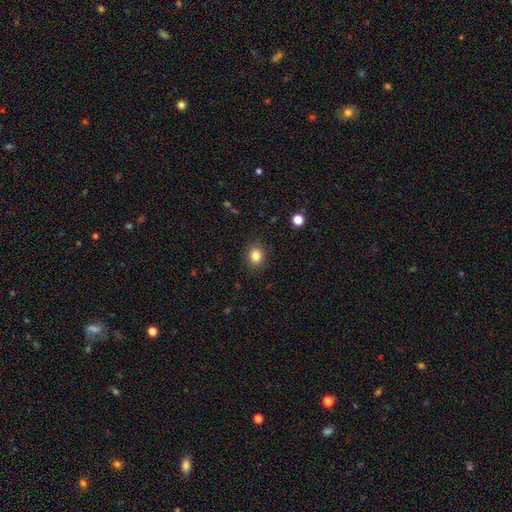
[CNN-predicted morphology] Smooth or featured? smooth (83%)
How rounded? round (69%)
Merging? none (88%)